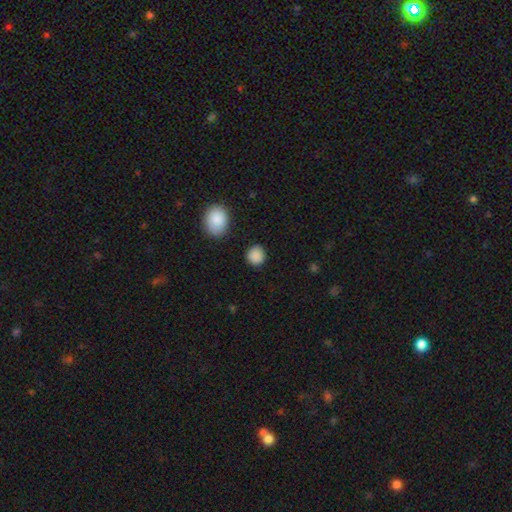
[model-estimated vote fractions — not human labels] Overall: smooth (88%). How rounded: round (88%). Merging: none (88%).